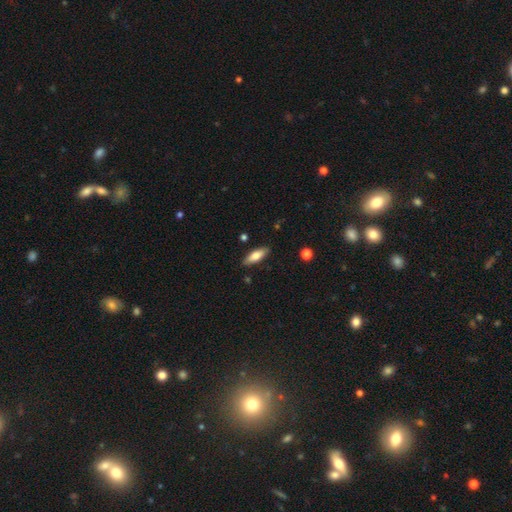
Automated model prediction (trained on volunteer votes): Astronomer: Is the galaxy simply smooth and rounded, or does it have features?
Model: smooth — 71%.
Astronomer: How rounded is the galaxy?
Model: in between — 59% (runner-up: cigar-shaped, 39%).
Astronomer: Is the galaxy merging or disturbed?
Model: none — 85%.